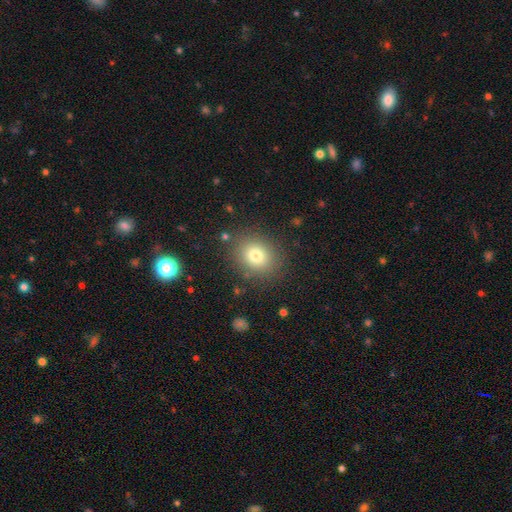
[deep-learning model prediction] Smooth or featured? Predicted: smooth (p=0.77). How rounded? Predicted: round (p=0.61). Merging? Predicted: none (p=0.84).